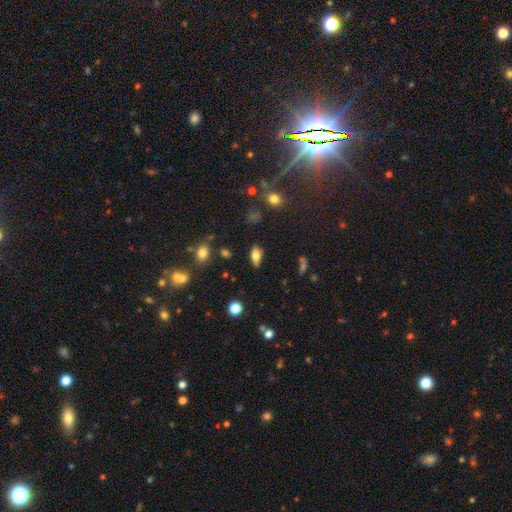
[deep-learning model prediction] This is likely a smooth galaxy (63%). How rounded: likely in between (80%). Merging: clearly none (82%).